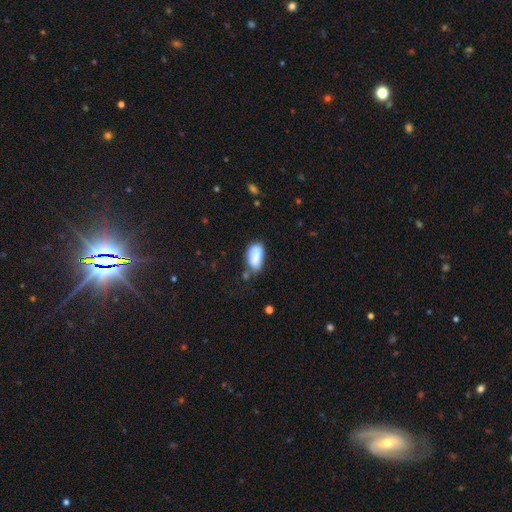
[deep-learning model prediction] A smooth galaxy with no disk features (73%) that is in between round and cigar-shaped (88%). Merging: none (41%).